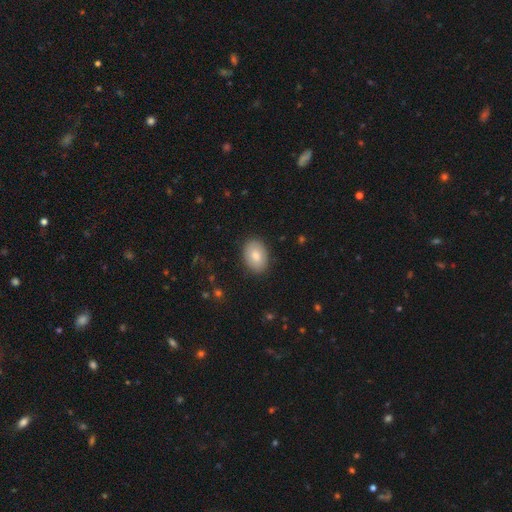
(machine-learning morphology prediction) A smooth galaxy with no disk features (83%) that is in between round and cigar-shaped (81%). Merging: none (88%).